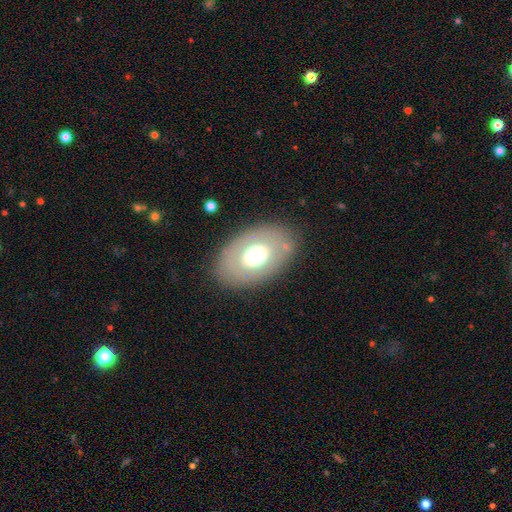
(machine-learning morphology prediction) This appears to be a smooth galaxy with no disk features (56%) that is in between round and cigar-shaped (85%). Merging: none (83%).